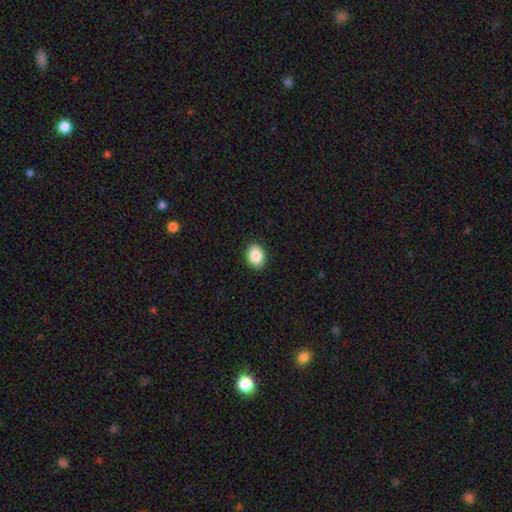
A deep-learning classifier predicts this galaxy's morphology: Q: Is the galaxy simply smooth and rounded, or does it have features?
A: smooth — 86%.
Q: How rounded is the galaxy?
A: in between — 70%.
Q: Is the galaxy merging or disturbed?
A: none — 90%.